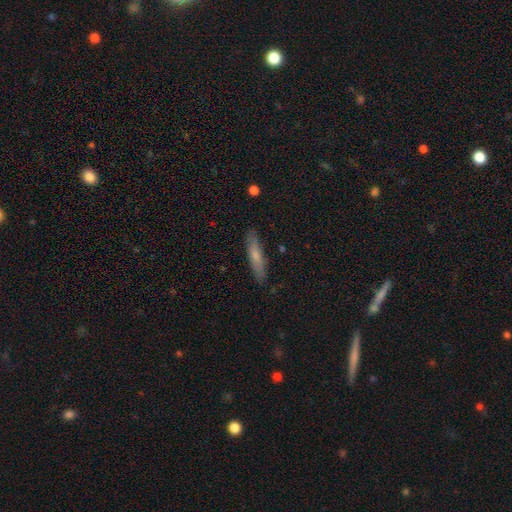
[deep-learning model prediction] Smooth or featured: smooth — 65% (featured or disk — 29%)
How rounded: cigar-shaped — 85% (in between — 14%)
Merging: none — 86% (minor disturbance — 10%)